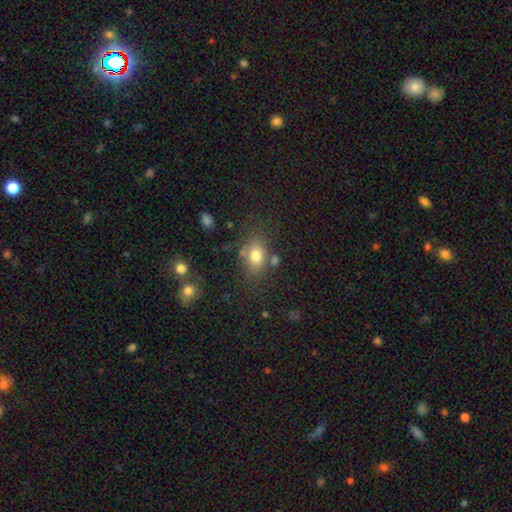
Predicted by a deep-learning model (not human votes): The model was most divided on "how rounded": in between: 71%, round: 28%, cigar-shaped: 2%. More confident: smooth or featured — smooth (77%); merging — none (67%).